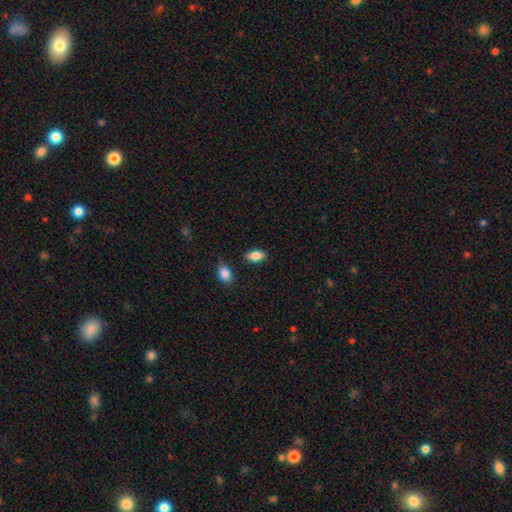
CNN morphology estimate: This is clearly a smooth galaxy (83%). How rounded: clearly in between (90%). Merging: clearly none (84%).